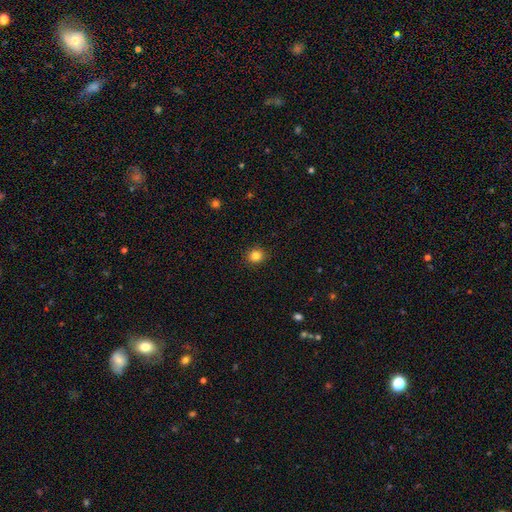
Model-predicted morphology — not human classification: smooth-or-featured: smooth: 84% | star or artifact: 12% | featured or disk: 5%
  how-rounded: round: 86% | in between: 13% | cigar-shaped: 1%
  merging: none: 91% | minor disturbance: 6% | major disturbance: 2% | merger: 1%